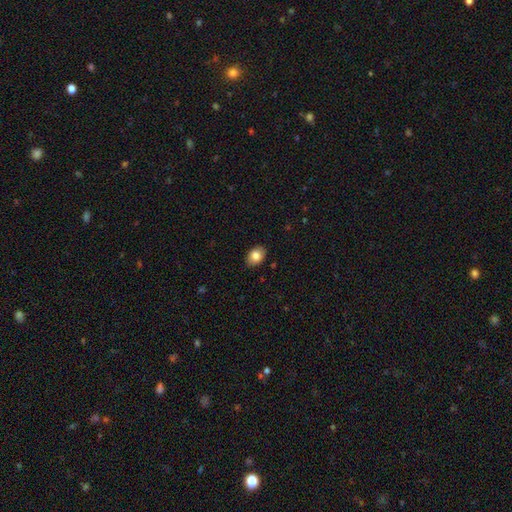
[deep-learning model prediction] A smooth galaxy with no disk features (84%) that is in between round and cigar-shaped (79%).

Vote fractions:
- Smooth or featured? smooth: 84% / featured or disk: 9% / star or artifact: 8%
- How rounded? in between: 79% / round: 20% / cigar-shaped: 1%
- Merging? none: 87% / minor disturbance: 10% / major disturbance: 2% / merger: 1%